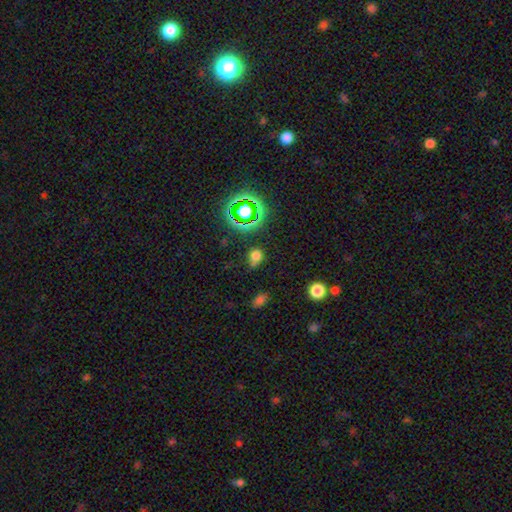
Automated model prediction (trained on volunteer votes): A smooth galaxy with no disk features (66%) that is round (70%). Merging: none (63%).